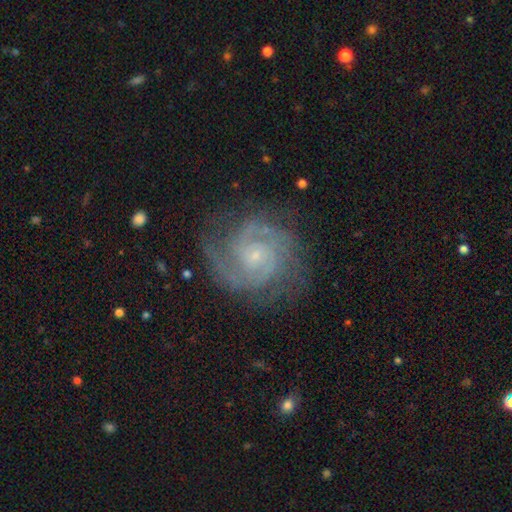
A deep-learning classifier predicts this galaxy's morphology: type=featured or disk (90%); edge-on=no (98%); bar=no (67%); spiral arms=yes (98%); winding=tight (60%); arm count=2 (46%); bulge=small (79%); merging=none (76%).